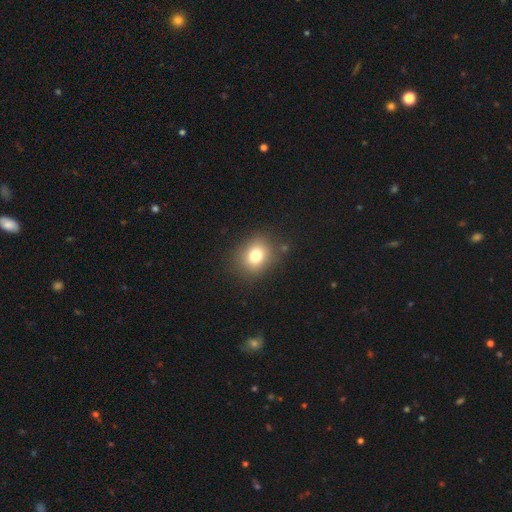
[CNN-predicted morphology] A smooth galaxy with no disk features (77%) that is round (65%). Merging: none (83%).